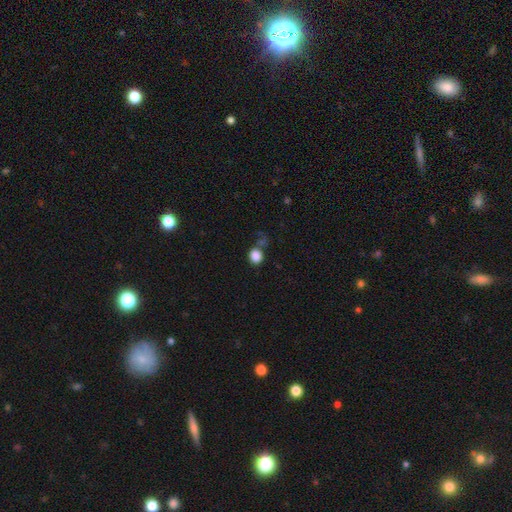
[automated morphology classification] The model was most divided on "merging": none: 64%, minor disturbance: 17%, merger: 11%, major disturbance: 9%. More confident: smooth or featured — smooth (85%); how rounded — round (78%).